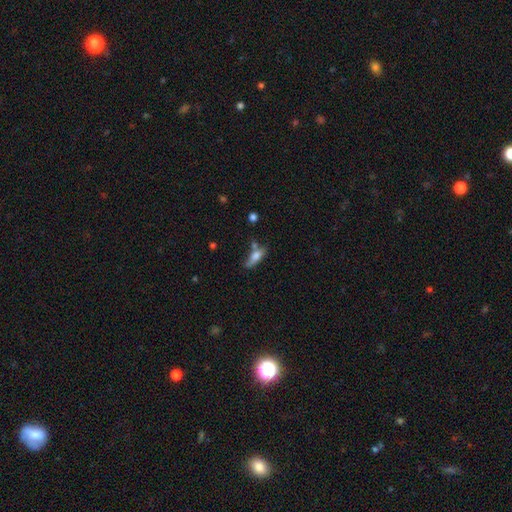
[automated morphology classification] Smooth or featured? smooth (66%)
How rounded? in between (55%)
Merging? none (48%)